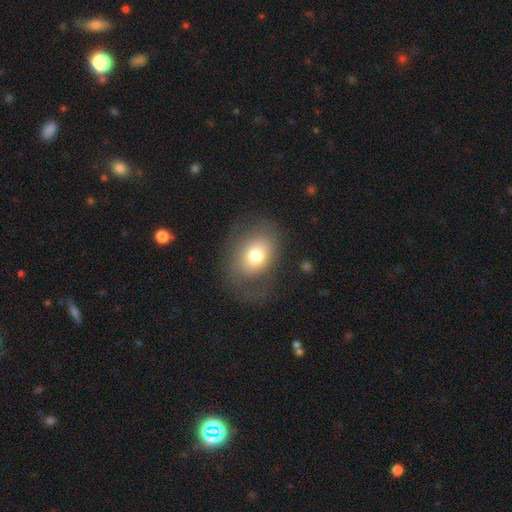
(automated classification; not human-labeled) Smooth or featured? Predicted: smooth (p=0.69). How rounded? Predicted: in between (p=0.68). Merging? Predicted: none (p=0.64).